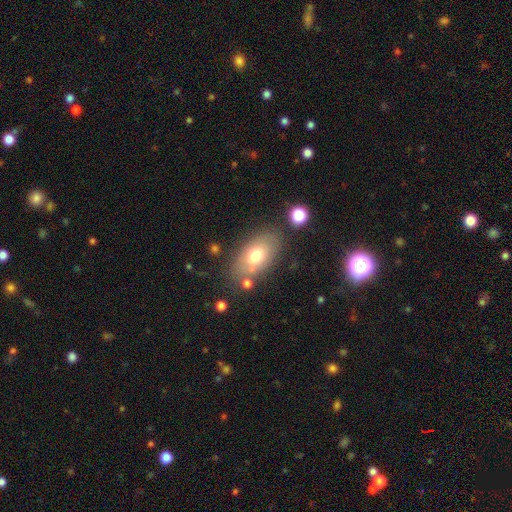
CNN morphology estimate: smooth 69%, featured or disk 22%, star or artifact 8%. Down the decision tree: how rounded — in between (89%); merging — none (74%).